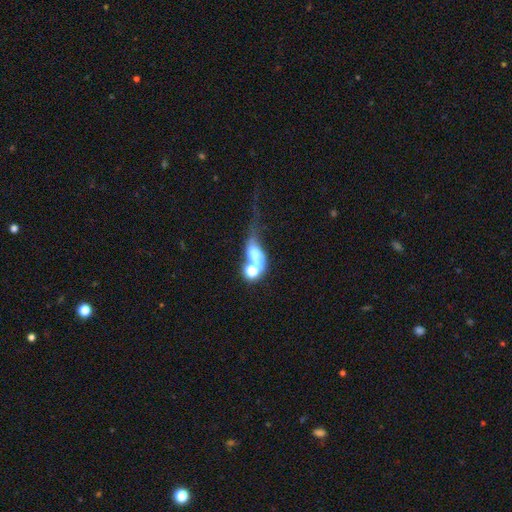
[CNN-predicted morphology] smooth_or_featured: smooth (p=0.42) [alt: featured or disk p=0.37]
merging: merger (p=0.48) [alt: major disturbance p=0.26]